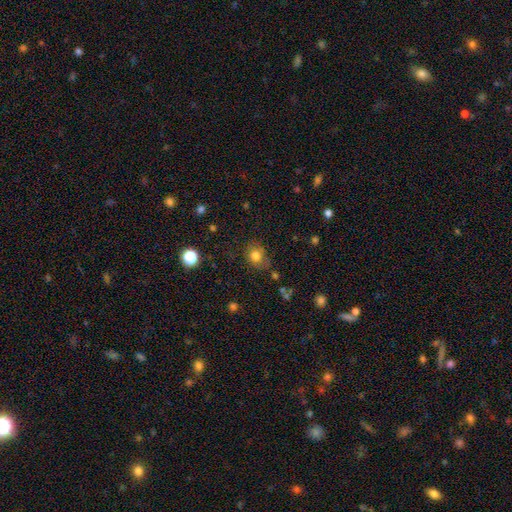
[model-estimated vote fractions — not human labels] This appears to be a smooth galaxy with no disk features (78%) that is round (69%). Merging: none (70%).